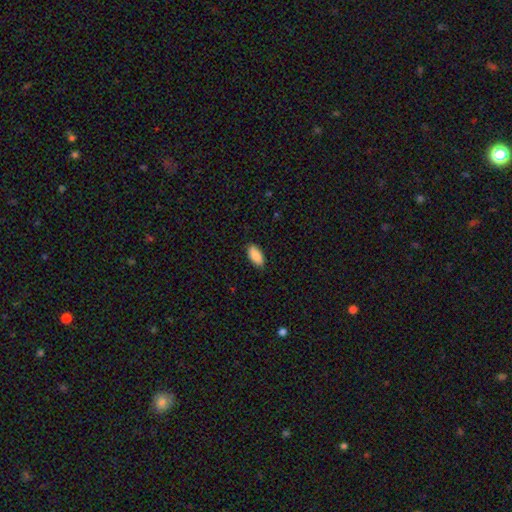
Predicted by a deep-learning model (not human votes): Q: Smooth or featured?
A: smooth (90%); runner-up: star or artifact (6%)
Q: How rounded?
A: in between (92%); runner-up: cigar-shaped (6%)
Q: Merging?
A: none (89%); runner-up: minor disturbance (8%)